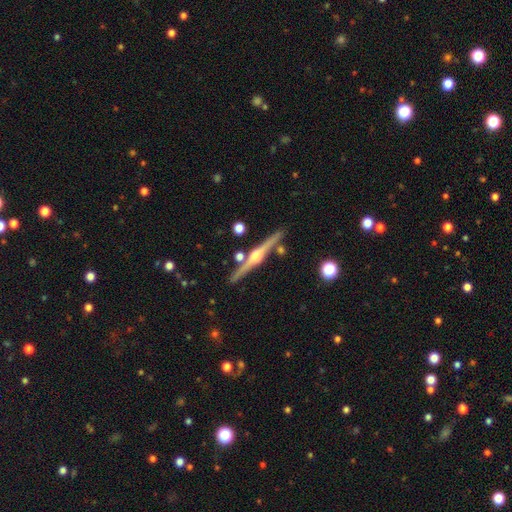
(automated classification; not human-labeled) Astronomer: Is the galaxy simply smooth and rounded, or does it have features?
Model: featured or disk — 84%.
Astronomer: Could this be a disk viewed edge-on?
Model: yes — 98%.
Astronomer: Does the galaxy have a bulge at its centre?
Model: rounded — 91%.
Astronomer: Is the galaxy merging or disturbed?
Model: none — 85%.